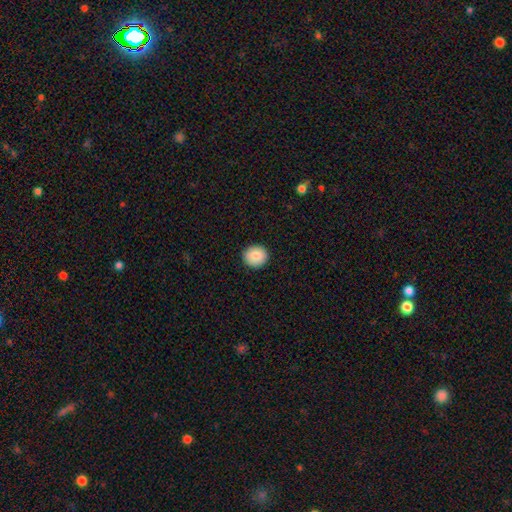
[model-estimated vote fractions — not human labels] Smooth or featured?
  - smooth: 87% *
  - star or artifact: 8%
  - featured or disk: 6%
How rounded?
  - round: 91% *
  - in between: 8%
  - cigar-shaped: 1%
Merging?
  - none: 93% *
  - minor disturbance: 5%
  - major disturbance: 1%
  - merger: 1%